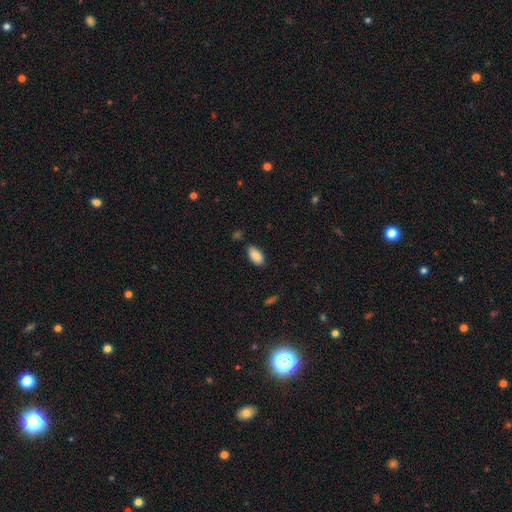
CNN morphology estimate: A smooth galaxy with no disk features (88%) that is in between round and cigar-shaped (93%). Merging: none (80%).